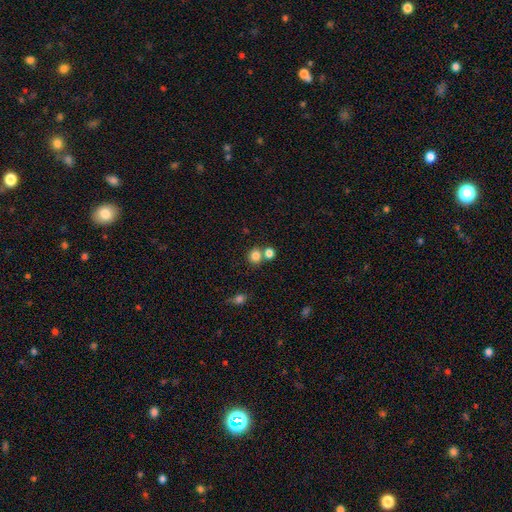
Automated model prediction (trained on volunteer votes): A smooth galaxy with no disk features (81%) that is round (82%). Merging: none (54%).